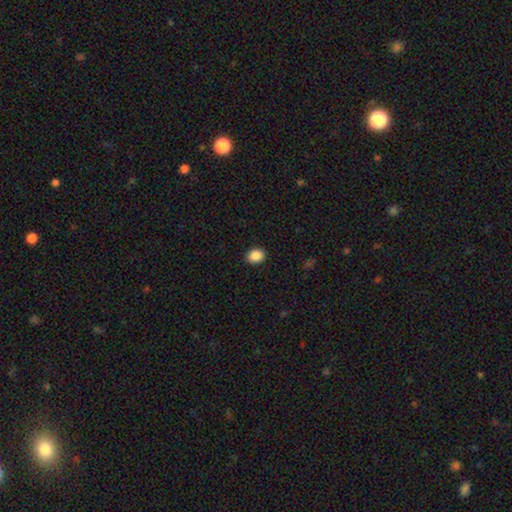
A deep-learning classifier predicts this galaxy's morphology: Smooth or featured?
  - smooth: 88% *
  - star or artifact: 9%
  - featured or disk: 3%
How rounded?
  - in between: 51% *
  - round: 48%
  - cigar-shaped: 1%
Merging?
  - none: 91% *
  - minor disturbance: 6%
  - major disturbance: 2%
  - merger: 1%